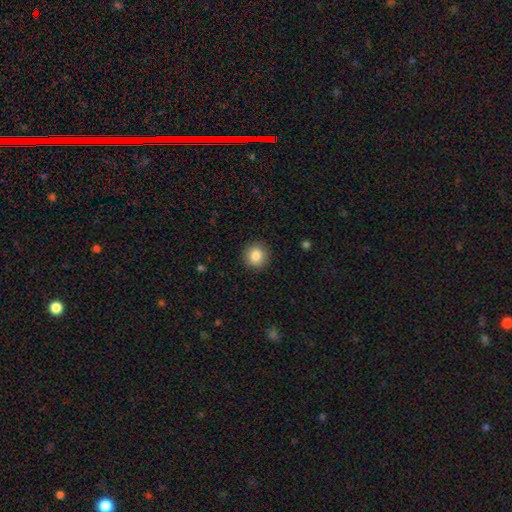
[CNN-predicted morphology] Smooth or featured? smooth (85%)
How rounded? round (92%)
Merging? none (91%)